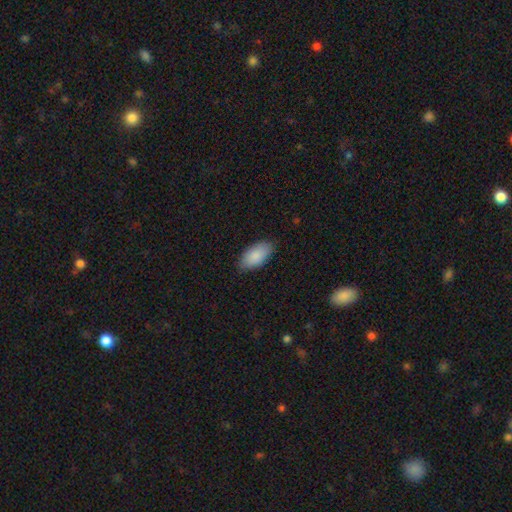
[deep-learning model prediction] Smooth or featured? Predicted: smooth (p=0.88). How rounded? Predicted: in between (p=0.94). Merging? Predicted: none (p=0.83).